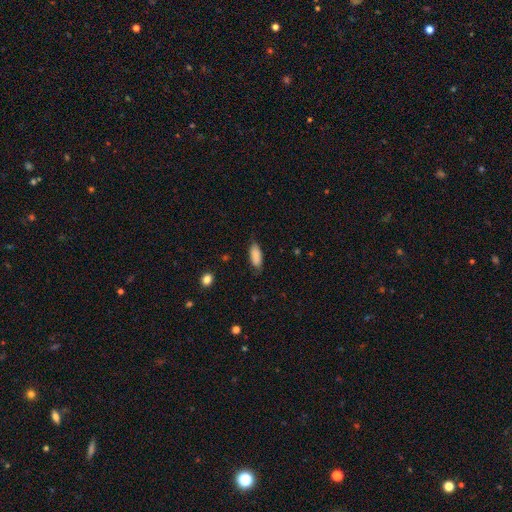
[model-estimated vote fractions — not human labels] smooth_or_featured: smooth (p=0.87) [alt: featured or disk p=0.07]
how_rounded: in between (p=0.80) [alt: cigar-shaped p=0.18]
merging: none (p=0.77) [alt: minor disturbance p=0.18]